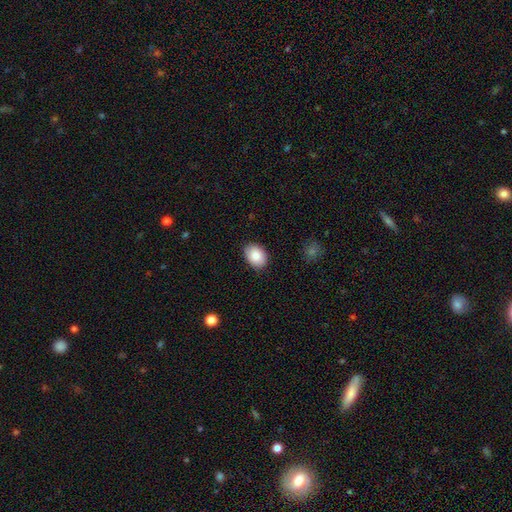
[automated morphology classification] A smooth galaxy with no disk features (85%) that is in between round and cigar-shaped (75%). Merging: none (86%).